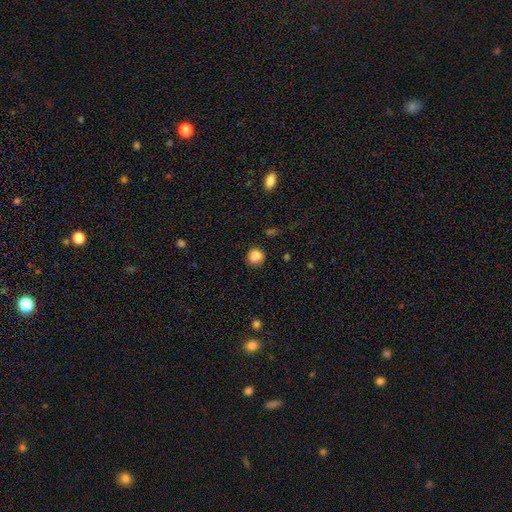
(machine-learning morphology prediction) smooth 83%, star or artifact 11%, featured or disk 6%. Down the decision tree: how rounded — round (73%); merging — none (69%).